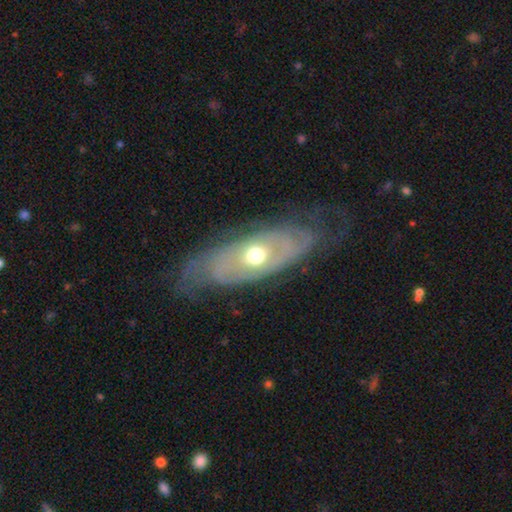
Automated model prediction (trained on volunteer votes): Q: Smooth or featured?
A: featured or disk (68%); runner-up: smooth (26%)
Q: Edge-on disk?
A: no (83%); runner-up: yes (17%)
Q: Bar?
A: no (84%); runner-up: weak (12%)
Q: Spiral arms?
A: no (52%); runner-up: yes (48%)
Q: Bulge size?
A: moderate (73%); runner-up: small (14%)
Q: Merging?
A: none (64%); runner-up: minor disturbance (21%)